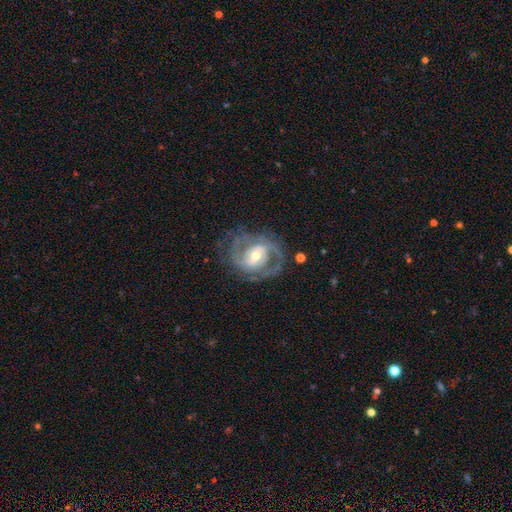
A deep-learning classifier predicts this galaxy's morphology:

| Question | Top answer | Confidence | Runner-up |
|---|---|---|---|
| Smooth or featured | featured or disk | 85% | smooth (9%) |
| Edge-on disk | no | 97% | yes (3%) |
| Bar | no | 42% | weak (38%) |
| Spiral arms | yes | 90% | no (10%) |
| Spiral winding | medium | 44% | tight (41%) |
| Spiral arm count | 2 | 61% | can't tell (18%) |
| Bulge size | moderate | 62% | small (30%) |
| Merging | none | 65% | minor disturbance (18%) |